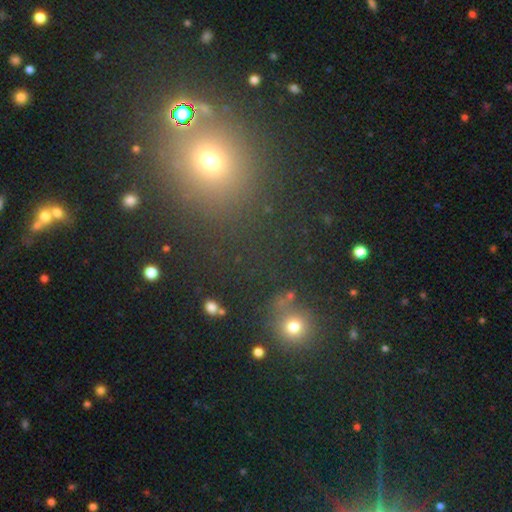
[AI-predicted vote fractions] This appears to be a smooth galaxy with no disk features (52%) that is round (81%). Merging: none (78%).